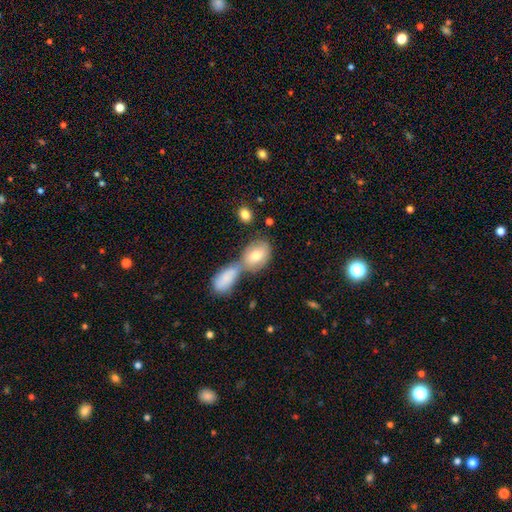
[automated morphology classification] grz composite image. It shows a smooth galaxy with no disk features (74%) that is in between round and cigar-shaped (72%). Merging: merger (52%).